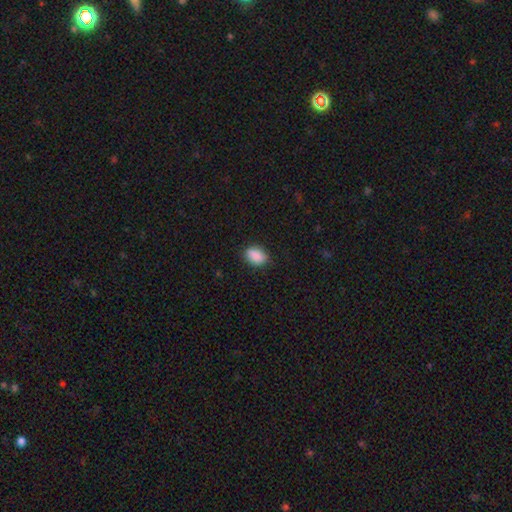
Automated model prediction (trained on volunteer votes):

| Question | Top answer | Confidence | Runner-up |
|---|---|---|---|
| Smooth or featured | smooth | 89% | star or artifact (8%) |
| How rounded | in between | 83% | round (16%) |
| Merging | none | 82% | minor disturbance (14%) |